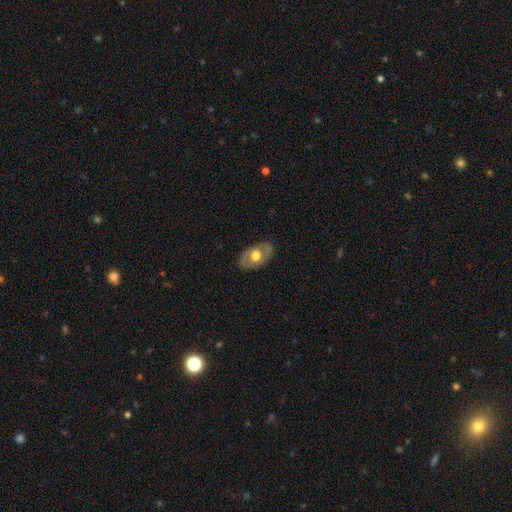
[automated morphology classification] Smooth or featured?
  - featured or disk: 48% *
  - smooth: 46%
  - star or artifact: 6%
Merging?
  - none: 82% *
  - minor disturbance: 14%
  - major disturbance: 4%
  - merger: 1%